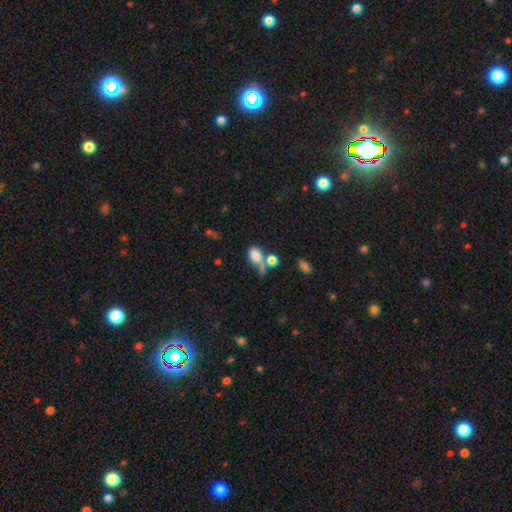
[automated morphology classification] Smooth or featured? Predicted: smooth (p=0.79). How rounded? Predicted: in between (p=0.73). Merging? Predicted: merger (p=0.46).